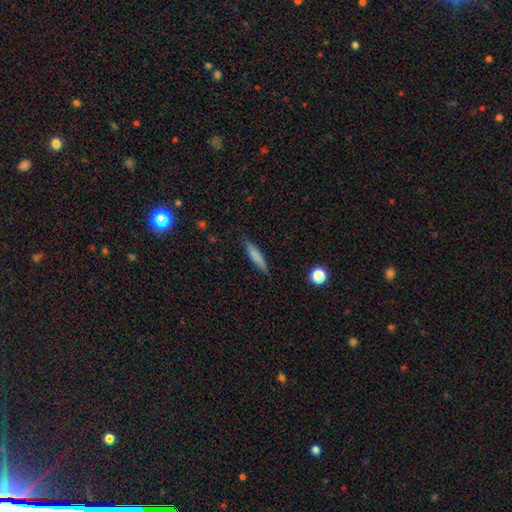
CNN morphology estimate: Smooth or featured: smooth — 72% (featured or disk — 21%)
How rounded: cigar-shaped — 82% (in between — 16%)
Merging: none — 81% (minor disturbance — 15%)